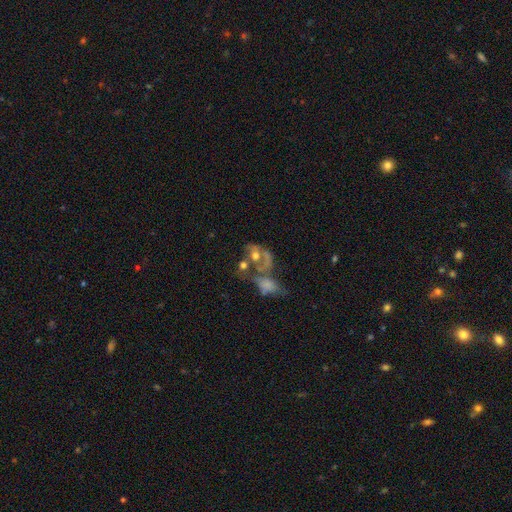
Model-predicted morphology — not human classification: smooth_or_featured: featured or disk (p=0.46) [alt: smooth p=0.40]
merging: merger (p=0.49) [alt: major disturbance p=0.21]